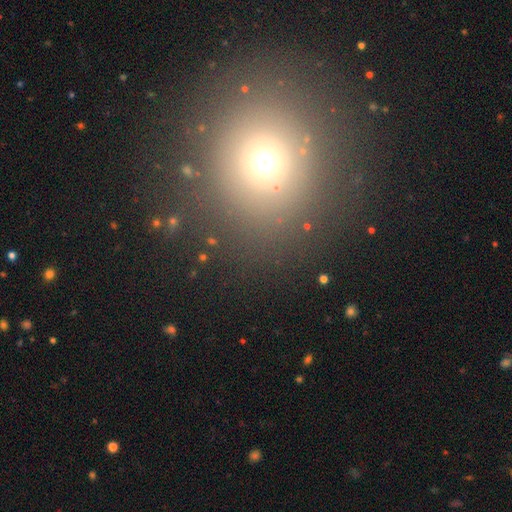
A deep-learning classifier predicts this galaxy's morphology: Q: Smooth or featured?
A: smooth (56%); runner-up: star or artifact (28%)
Q: How rounded?
A: round (90%); runner-up: in between (9%)
Q: Merging?
A: none (86%); runner-up: minor disturbance (8%)